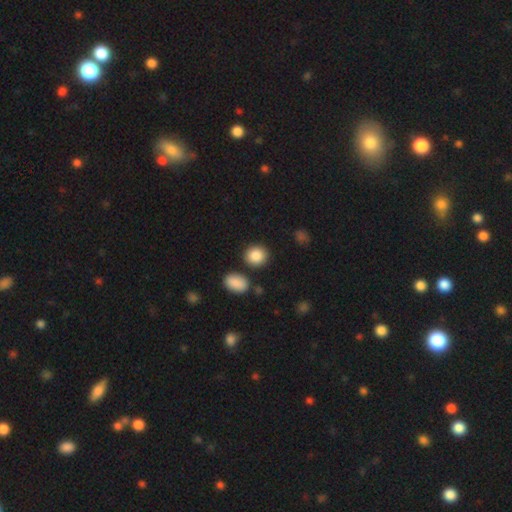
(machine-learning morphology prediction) smooth-or-featured: smooth: 88% | star or artifact: 8% | featured or disk: 4%
  how-rounded: round: 75% | in between: 24% | cigar-shaped: 1%
  merging: none: 84% | minor disturbance: 8% | merger: 6% | major disturbance: 3%